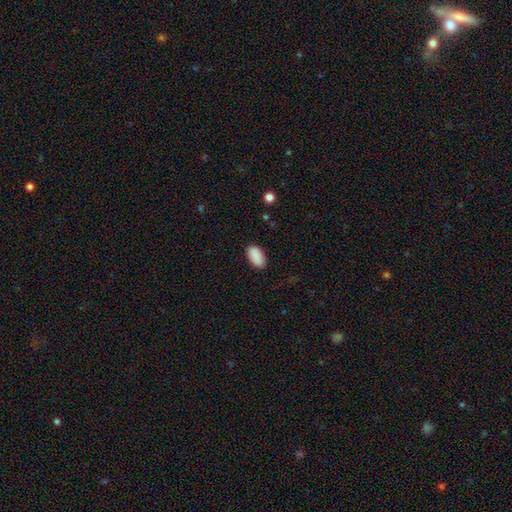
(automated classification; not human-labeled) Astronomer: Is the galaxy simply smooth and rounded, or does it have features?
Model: smooth — 90%.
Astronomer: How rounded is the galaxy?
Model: in between — 95%.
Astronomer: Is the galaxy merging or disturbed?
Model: none — 87%.